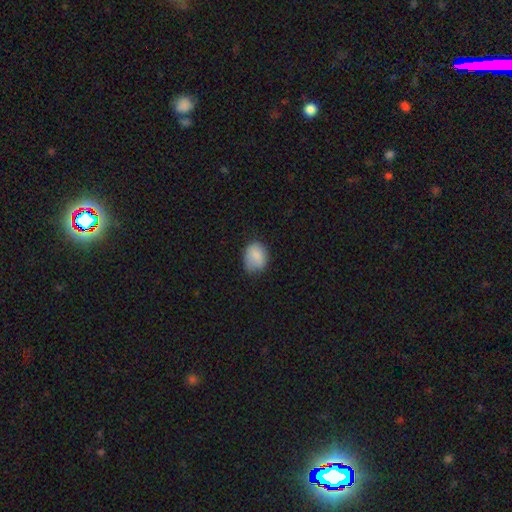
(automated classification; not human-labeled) This appears to be a smooth galaxy with no disk features (83%) that is in between round and cigar-shaped (59%). Merging: none (60%).